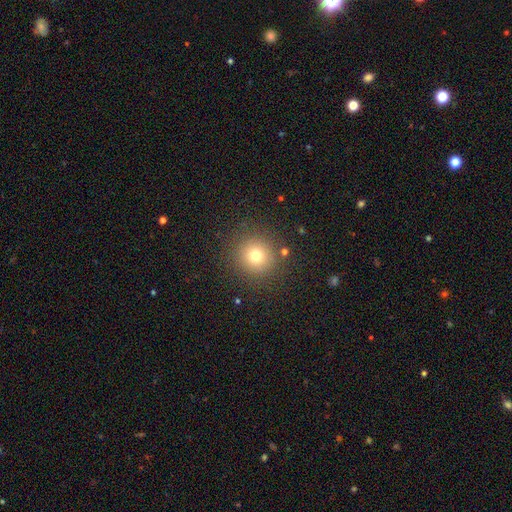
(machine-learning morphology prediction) Smooth or featured? smooth (74%)
How rounded? round (94%)
Merging? none (88%)